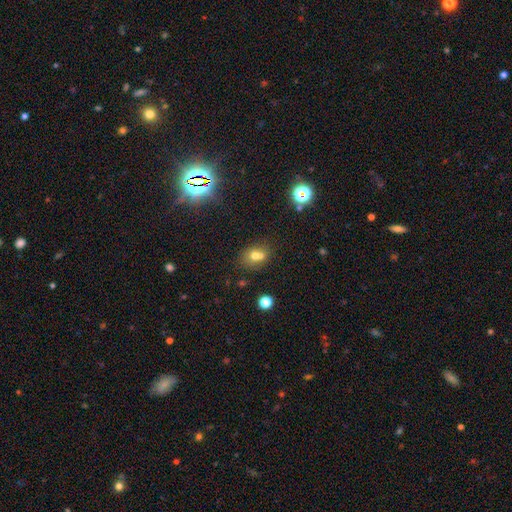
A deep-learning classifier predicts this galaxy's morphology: type=smooth (65%); roundness=round (55%); merging=merger (48%).